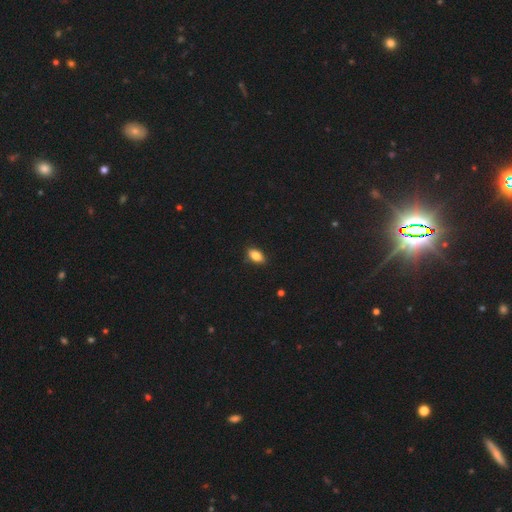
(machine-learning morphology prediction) smooth 84%, star or artifact 8%, featured or disk 8%. Down the decision tree: how rounded — in between (89%); merging — none (87%).